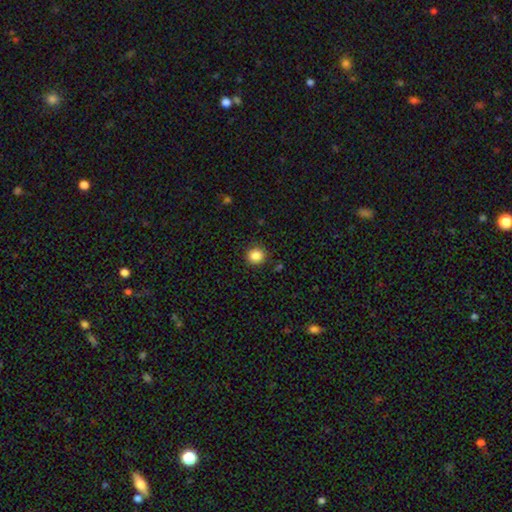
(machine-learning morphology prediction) Overall: smooth (85%). How rounded: round (91%). Merging: none (89%).